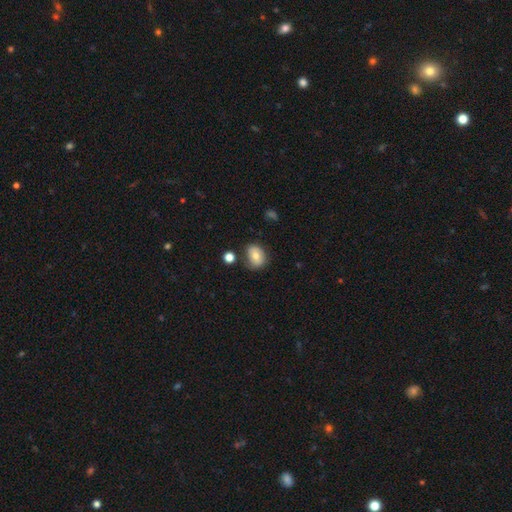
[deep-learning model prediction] Morphology: type=smooth (72%); roundness=in between (57%); merging=none (67%).